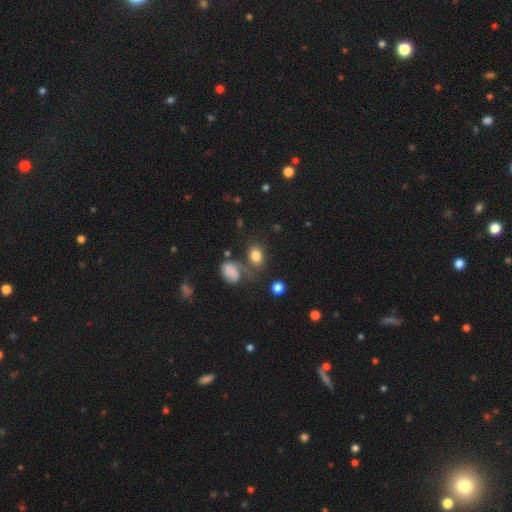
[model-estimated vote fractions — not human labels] A smooth galaxy with no disk features (80%) that is in between round and cigar-shaped (66%).

Vote fractions:
- Smooth or featured? smooth: 80% / star or artifact: 11% / featured or disk: 9%
- How rounded? in between: 66% / round: 33% / cigar-shaped: 1%
- Merging? none: 61% / minor disturbance: 16% / merger: 14% / major disturbance: 9%